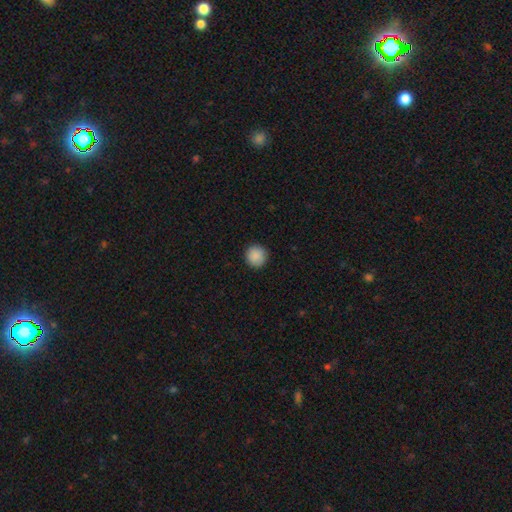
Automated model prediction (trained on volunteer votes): Overall: smooth (89%). How rounded: round (96%). Merging: none (92%).